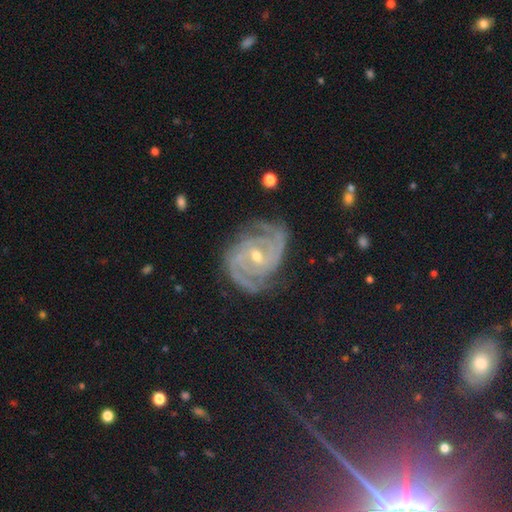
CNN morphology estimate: A featured or disk galaxy (86%) with no bar (56%), 2 (37%) tight (65%) spiral arms (98%) and a small central bulge (53%).

Vote fractions:
- Smooth or featured? featured or disk: 86% / star or artifact: 9% / smooth: 5%
- Edge-on disk? no: 97% / yes: 3%
- Bar? no: 56% / weak: 32% / strong: 12%
- Spiral arms? yes: 98% / no: 2%
- Spiral winding? tight: 65% / medium: 29% / loose: 6%
- Spiral arm count? 2: 37% / 3: 24% / can't tell: 15% / 4: 10% / more than 4: 8% / 1: 8%
- Bulge size? small: 53% / moderate: 44% / large: 1% / none: 1% / dominant: 1%
- Merging? none: 75% / minor disturbance: 18% / major disturbance: 6% / merger: 1%